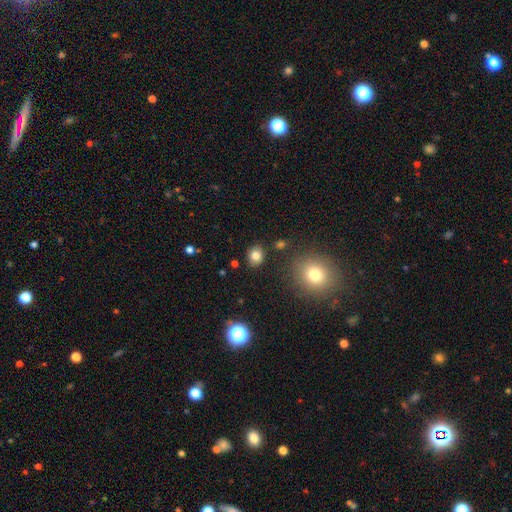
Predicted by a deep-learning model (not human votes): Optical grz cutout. It shows a smooth galaxy with no disk features (81%) that is round (59%). Merging: none (86%).